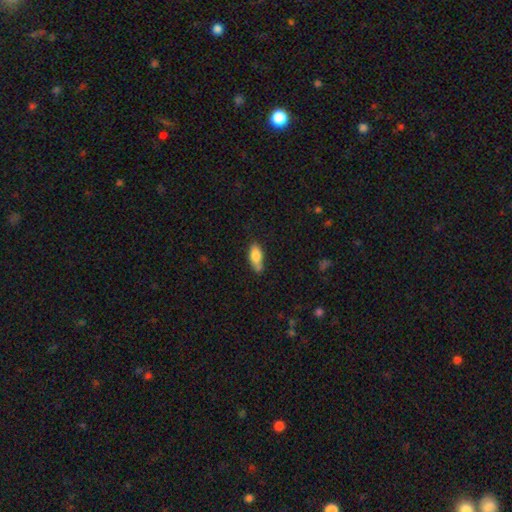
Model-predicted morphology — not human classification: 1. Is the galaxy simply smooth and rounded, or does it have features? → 81% smooth, 12% featured or disk, 7% star or artifact.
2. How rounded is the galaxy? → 77% in between, 20% cigar-shaped, 3% round.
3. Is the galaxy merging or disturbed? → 55% none, 30% minor disturbance, 9% merger, 7% major disturbance.